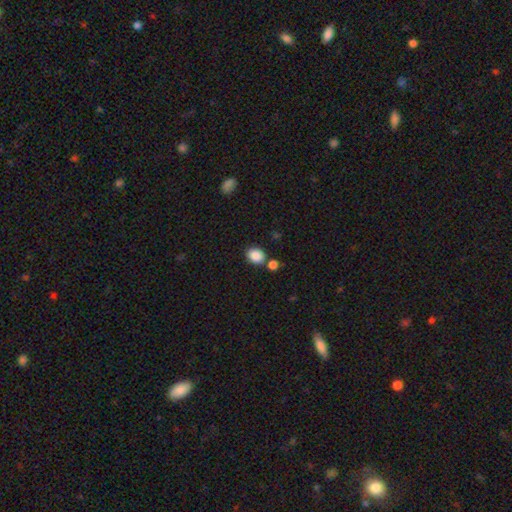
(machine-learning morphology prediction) This is clearly a smooth galaxy (87%). How rounded: possibly in between (53%). Merging: likely none (70%).